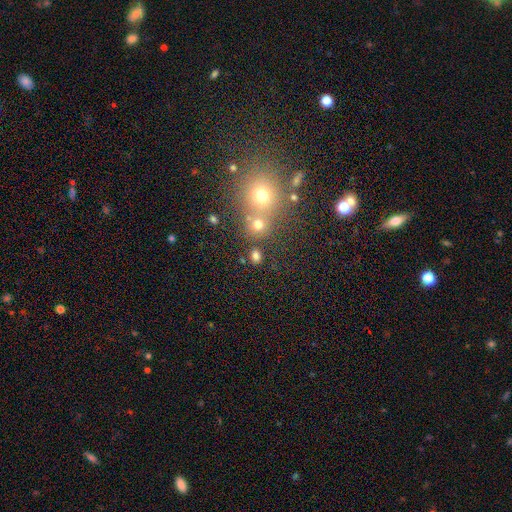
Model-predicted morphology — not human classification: Smooth or featured? smooth (73%)
How rounded? round (68%)
Merging? none (68%)